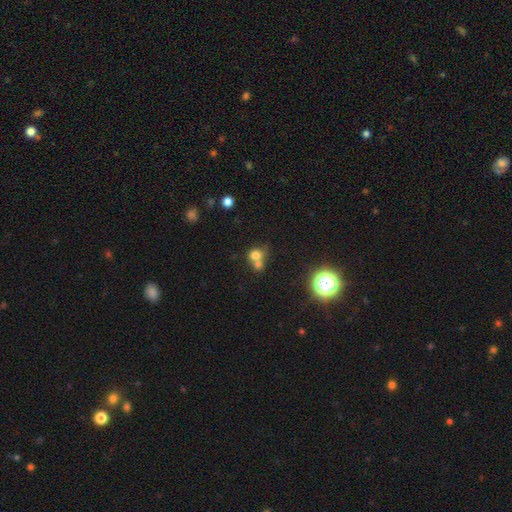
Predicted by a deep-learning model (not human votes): Overall: smooth (72%). How rounded: round (79%). Merging: merger (56%; none 34%).